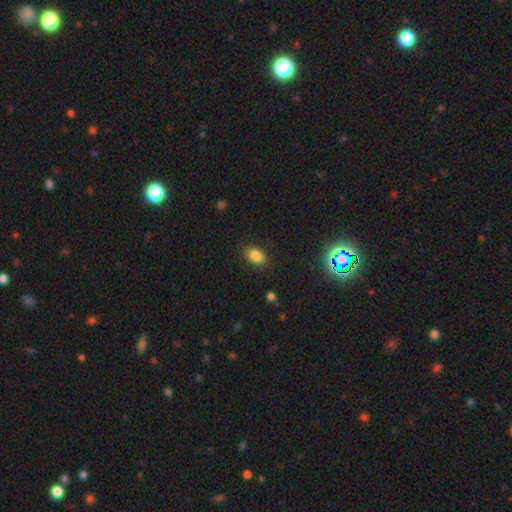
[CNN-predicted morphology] The model was most divided on "how rounded": in between: 81%, round: 17%, cigar-shaped: 2%. More confident: merging — none (86%); smooth or featured — smooth (83%).